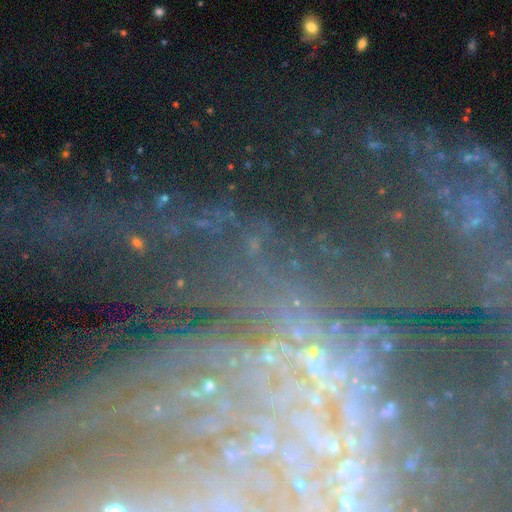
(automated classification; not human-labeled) smooth_or_featured: featured or disk (p=0.56) [alt: star or artifact p=0.32]
disk_edge_on: no (p=0.90) [alt: yes p=0.10]
bar: no (p=0.55) [alt: weak p=0.23]
has_spiral_arms: yes (p=0.83) [alt: no p=0.17]
bulge_size: small (p=0.61) [alt: moderate p=0.16]
merging: none (p=0.63) [alt: major disturbance p=0.16]